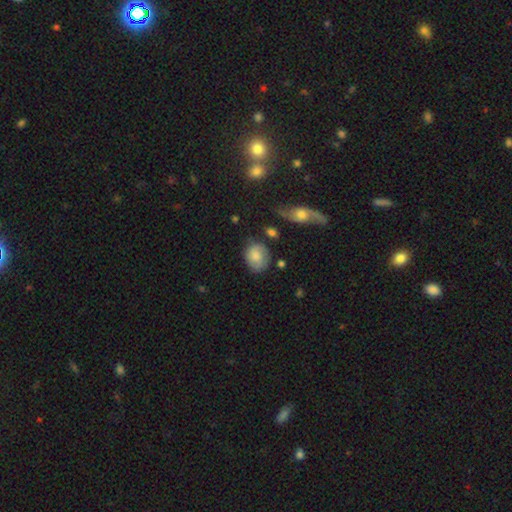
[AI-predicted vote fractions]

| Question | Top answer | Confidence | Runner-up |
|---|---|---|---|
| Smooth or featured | smooth | 74% | featured or disk (19%) |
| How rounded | round | 54% | in between (45%) |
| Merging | none | 65% | minor disturbance (24%) |